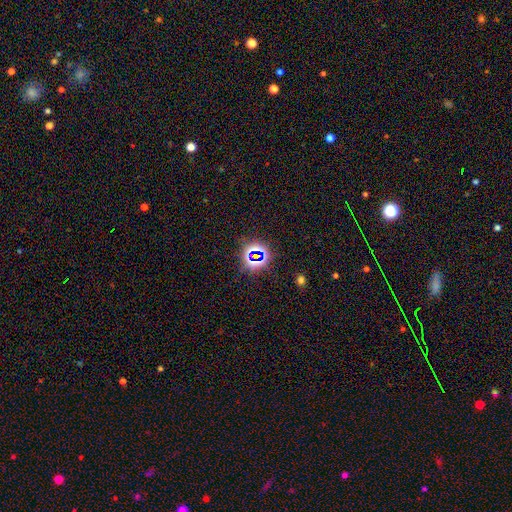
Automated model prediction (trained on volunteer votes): Smooth or featured? Predicted: star or artifact (p=0.74).